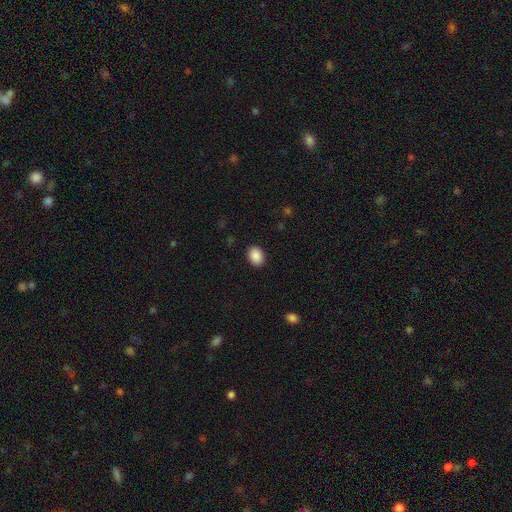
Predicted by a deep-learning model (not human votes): This appears to be a smooth galaxy with no disk features (90%) that is in between round and cigar-shaped (64%). Merging: none (90%).